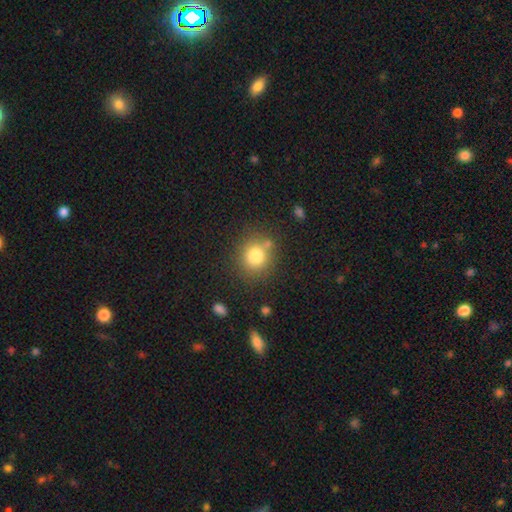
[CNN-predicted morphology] Smooth or featured: smooth — 80% (star or artifact — 12%)
How rounded: round — 82% (in between — 18%)
Merging: none — 74% (minor disturbance — 12%)